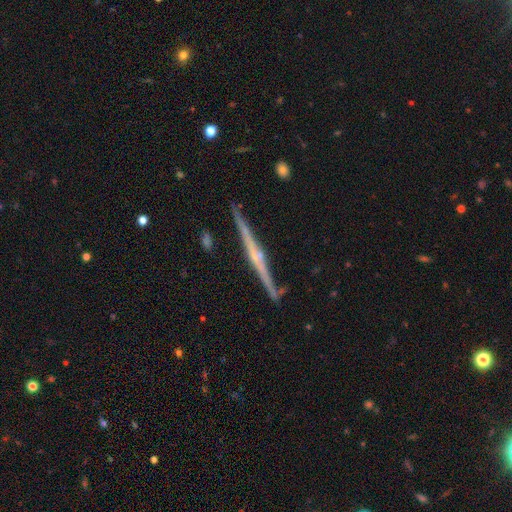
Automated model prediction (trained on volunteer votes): smooth_or_featured: featured or disk (p=0.83) [alt: smooth p=0.12]
disk_edge_on: yes (p=0.98) [alt: no p=0.02]
edge_on_bulge: rounded (p=0.59) [alt: none p=0.26]
merging: none (p=0.87) [alt: minor disturbance p=0.10]